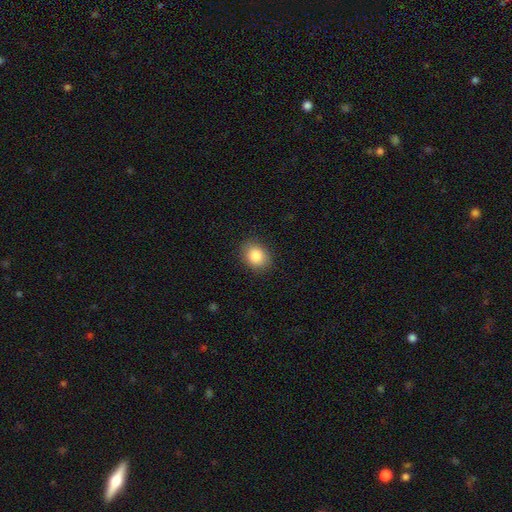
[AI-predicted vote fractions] The model was most divided on "how rounded": in between: 51%, round: 48%, cigar-shaped: 1%. More confident: merging — none (87%); smooth or featured — smooth (86%).